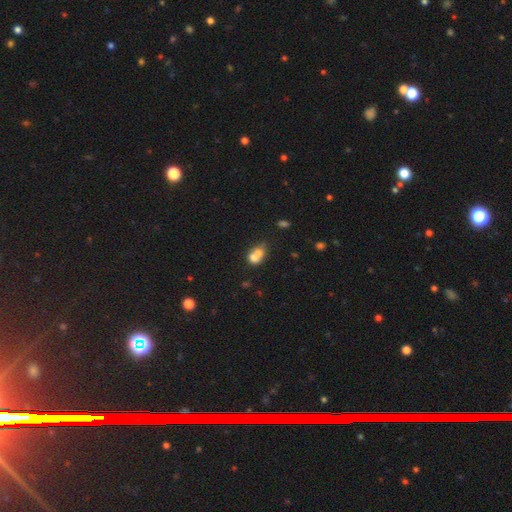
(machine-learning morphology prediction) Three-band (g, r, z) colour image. It shows a smooth galaxy with no disk features (67%) that is round (51%). Merging: merger (67%).